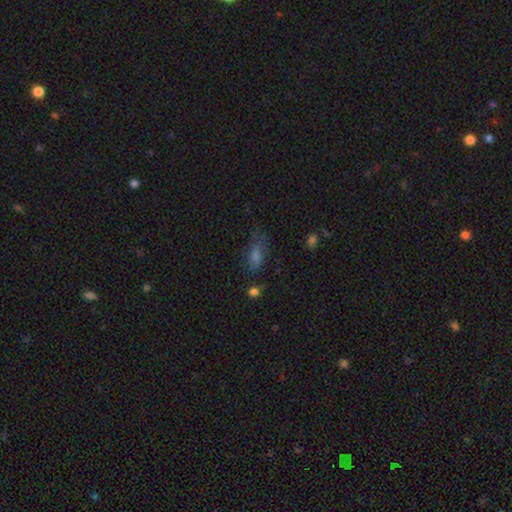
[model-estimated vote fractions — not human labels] Overall: smooth (58%; star or artifact 25%). How rounded: in between (71%). Merging: none (56%; minor disturbance 25%).